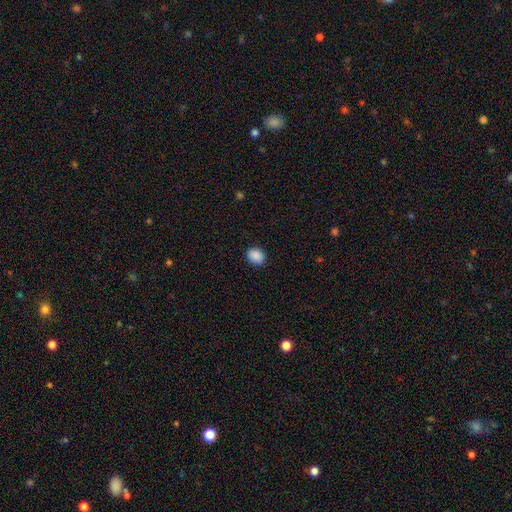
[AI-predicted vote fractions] smooth 89%, star or artifact 8%, featured or disk 3%. Down the decision tree: how rounded — round (53%); merging — none (88%).